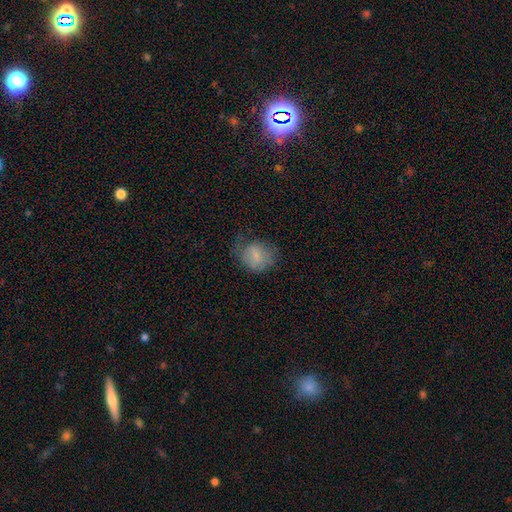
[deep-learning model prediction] A smooth galaxy with no disk features (71%) that is round (58%).

Vote fractions:
- Smooth or featured? smooth: 71% / featured or disk: 20% / star or artifact: 9%
- How rounded? round: 58% / in between: 41% / cigar-shaped: 1%
- Merging? none: 44% / minor disturbance: 30% / major disturbance: 24% / merger: 2%